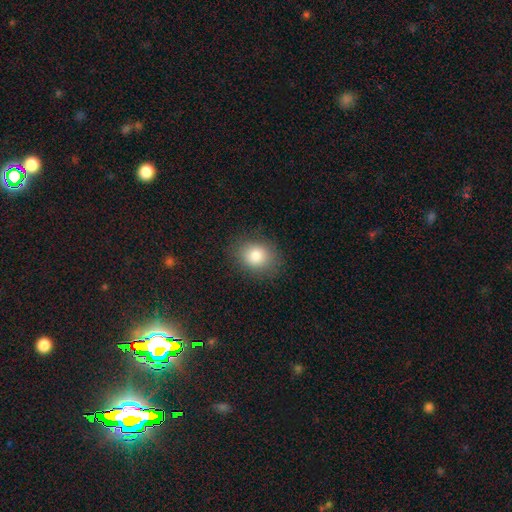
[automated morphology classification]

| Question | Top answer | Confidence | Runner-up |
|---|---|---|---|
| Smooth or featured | smooth | 83% | star or artifact (10%) |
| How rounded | round | 55% | in between (44%) |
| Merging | none | 84% | minor disturbance (11%) |